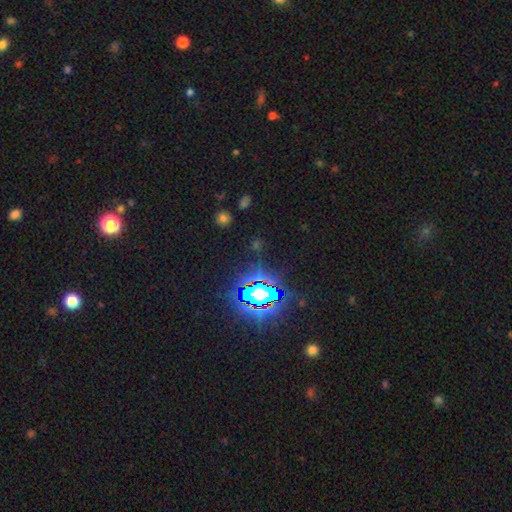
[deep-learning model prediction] smooth_or_featured: star or artifact (p=0.82) [alt: smooth p=0.11]